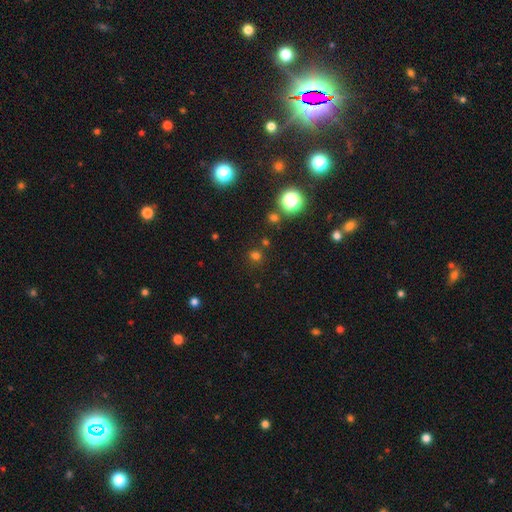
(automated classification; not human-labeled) Smooth or featured? smooth (64%)
How rounded? round (90%)
Merging? none (81%)